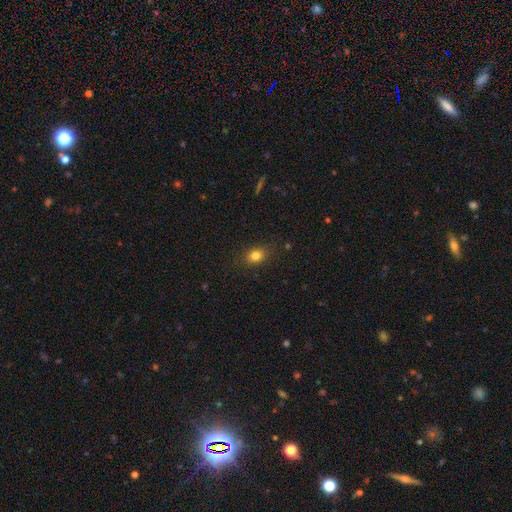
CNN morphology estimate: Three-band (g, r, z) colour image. It shows a smooth galaxy with no disk features (81%) that is in between round and cigar-shaped (55%). Merging: none (84%).